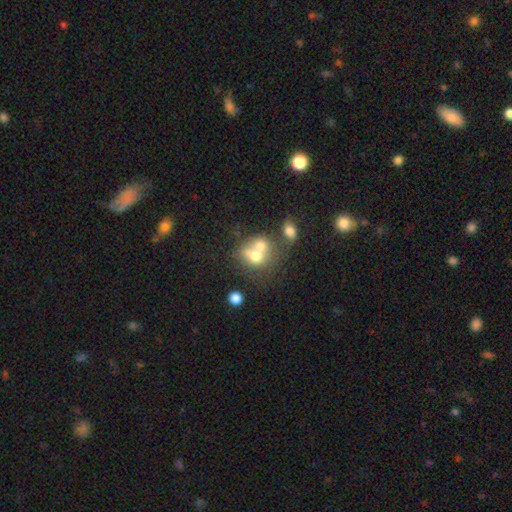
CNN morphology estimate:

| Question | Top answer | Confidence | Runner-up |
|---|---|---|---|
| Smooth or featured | smooth | 62% | featured or disk (26%) |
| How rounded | round | 66% | in between (33%) |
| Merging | merger | 65% | none (22%) |